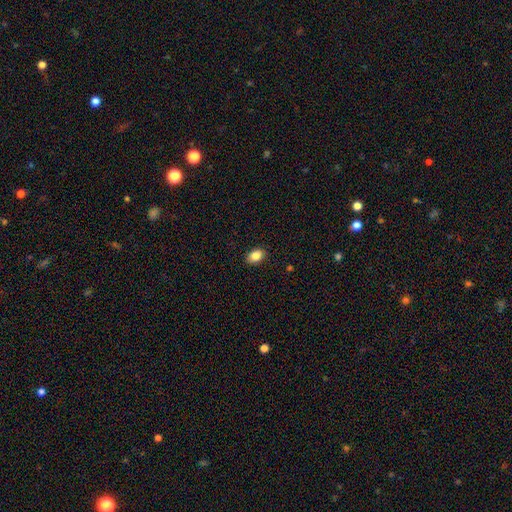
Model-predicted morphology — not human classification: Overall: smooth (86%). How rounded: in between (81%). Merging: none (89%).